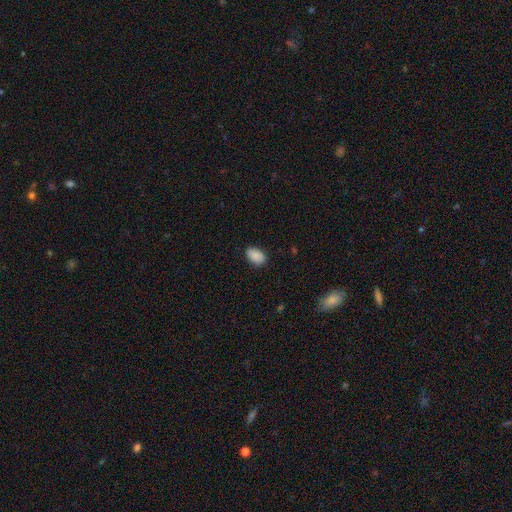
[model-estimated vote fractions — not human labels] Smooth or featured? smooth (89%)
How rounded? in between (90%)
Merging? none (85%)